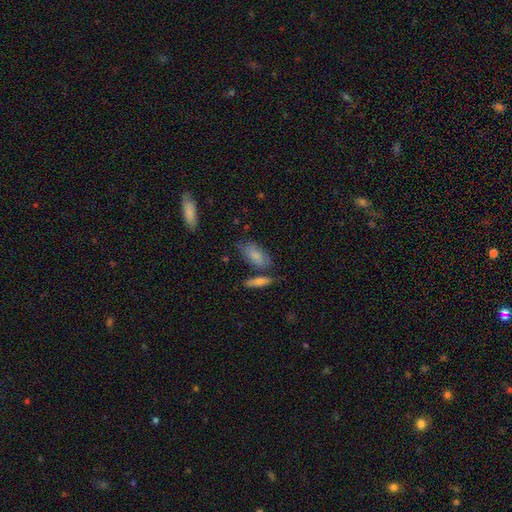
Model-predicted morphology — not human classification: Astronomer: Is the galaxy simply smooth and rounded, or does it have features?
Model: smooth — 77%.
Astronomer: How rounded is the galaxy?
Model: in between — 85%.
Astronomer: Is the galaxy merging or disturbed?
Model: none — 59%.